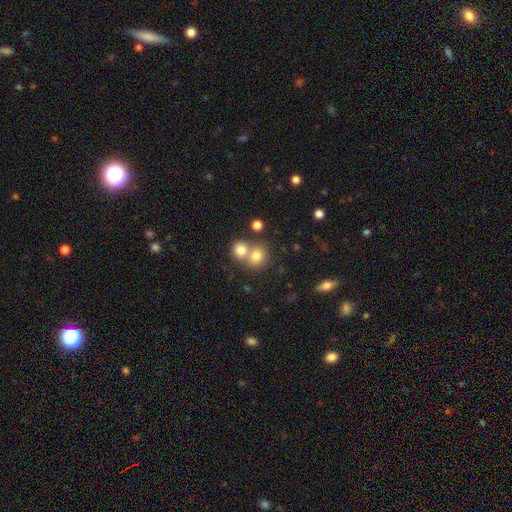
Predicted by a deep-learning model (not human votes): Q: Smooth or featured?
A: smooth (77%); runner-up: star or artifact (12%)
Q: How rounded?
A: round (80%); runner-up: in between (19%)
Q: Merging?
A: merger (49%); runner-up: none (42%)